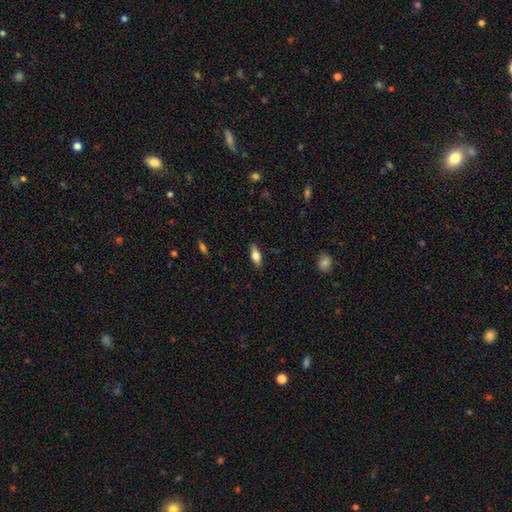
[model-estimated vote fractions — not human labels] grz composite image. It shows a smooth galaxy with no disk features (65%) that is in between round and cigar-shaped (71%). Merging: none (86%).